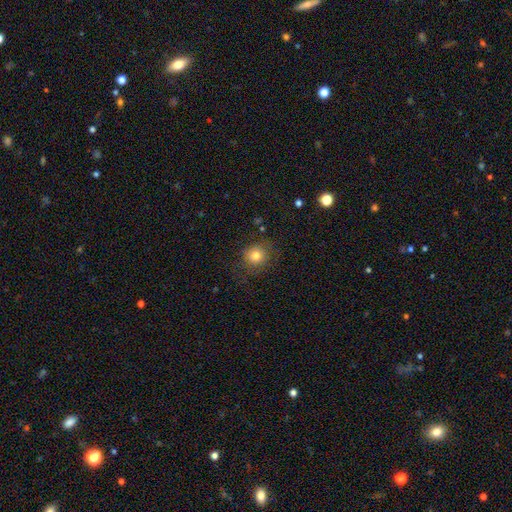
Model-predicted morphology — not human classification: A smooth galaxy with no disk features (79%) that is round (88%).

Vote fractions:
- Smooth or featured? smooth: 79% / star or artifact: 12% / featured or disk: 9%
- How rounded? round: 88% / in between: 11% / cigar-shaped: 1%
- Merging? none: 77% / minor disturbance: 14% / major disturbance: 7% / merger: 1%